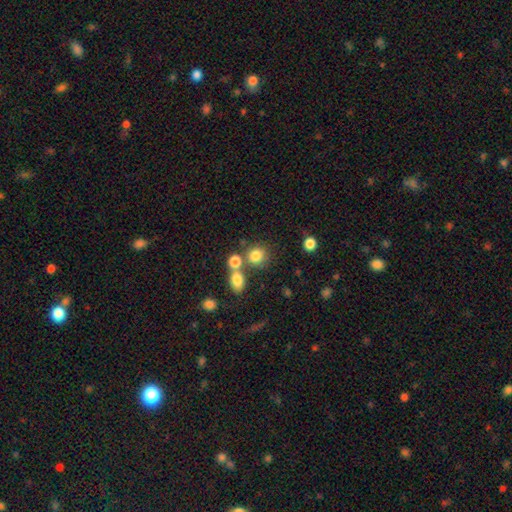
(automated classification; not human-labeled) Smooth or featured?
  - smooth: 80% *
  - star or artifact: 13%
  - featured or disk: 8%
How rounded?
  - round: 83% *
  - in between: 16%
  - cigar-shaped: 1%
Merging?
  - none: 59% *
  - merger: 27%
  - minor disturbance: 9%
  - major disturbance: 5%